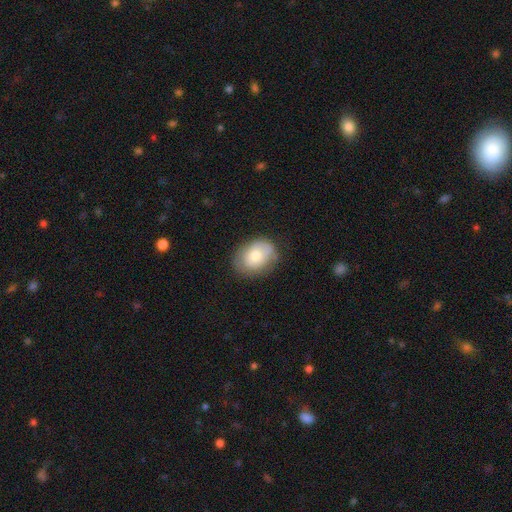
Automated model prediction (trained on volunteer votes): Smooth or featured?
  - smooth: 72% *
  - featured or disk: 20%
  - star or artifact: 8%
How rounded?
  - in between: 69% *
  - round: 30%
  - cigar-shaped: 1%
Merging?
  - none: 71% *
  - minor disturbance: 22%
  - major disturbance: 6%
  - merger: 2%